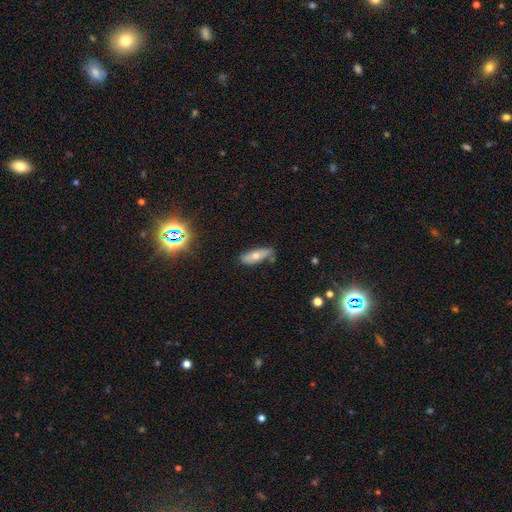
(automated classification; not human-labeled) Smooth or featured?
  - smooth: 42% *
  - featured or disk: 36%
  - star or artifact: 22%
Merging?
  - none: 70% *
  - minor disturbance: 22%
  - major disturbance: 5%
  - merger: 3%